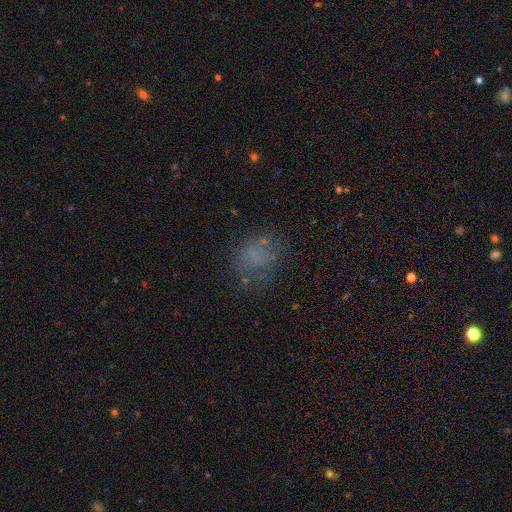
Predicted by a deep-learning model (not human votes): A smooth galaxy with no disk features (61%) that is round (55%). Merging: none (60%).